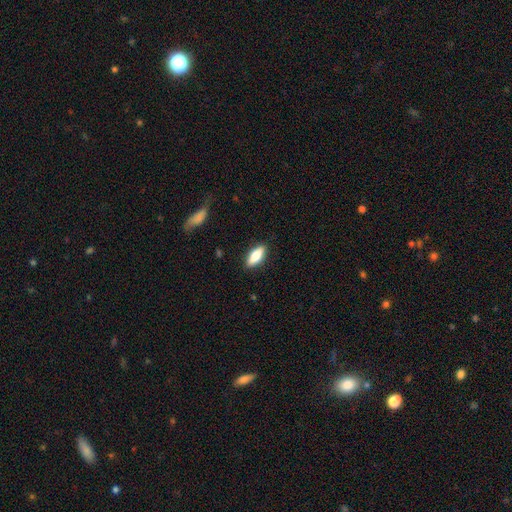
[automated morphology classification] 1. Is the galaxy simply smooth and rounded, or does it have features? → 76% smooth, 18% featured or disk, 6% star or artifact.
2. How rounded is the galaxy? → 75% in between, 23% cigar-shaped, 2% round.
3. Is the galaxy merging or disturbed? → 87% none, 10% minor disturbance, 2% major disturbance, 1% merger.